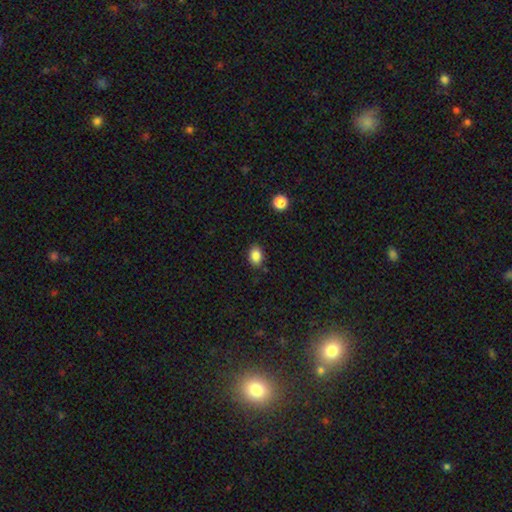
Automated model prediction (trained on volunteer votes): A smooth galaxy with no disk features (85%) that is in between round and cigar-shaped (76%). Merging: none (85%).